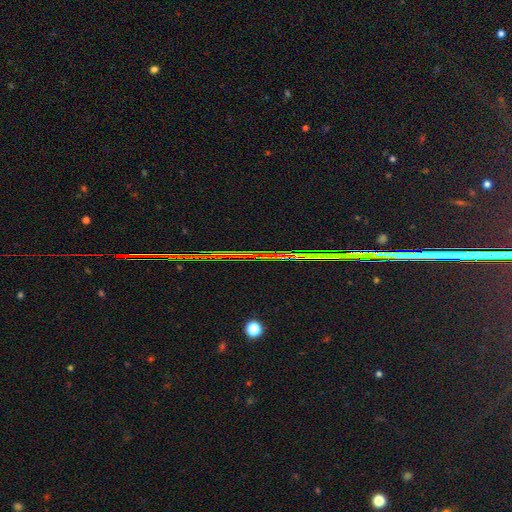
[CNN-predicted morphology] The model was most divided on "smooth or featured": star or artifact: 86%, featured or disk: 7%, smooth: 7%.